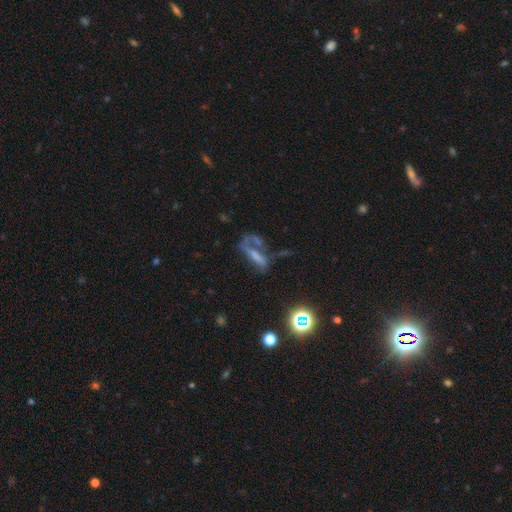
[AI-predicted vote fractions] Smooth or featured? featured or disk (44%)
Merging? major disturbance (34%)